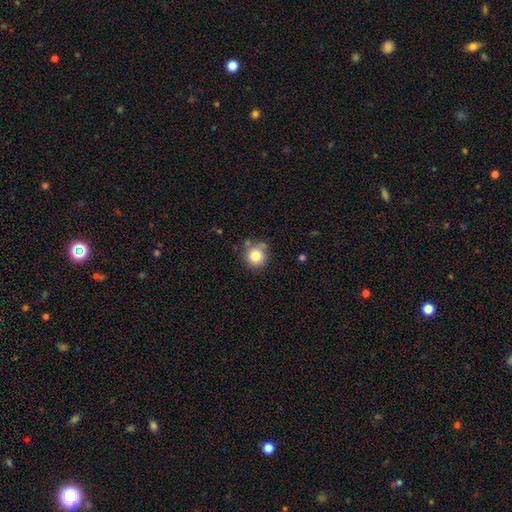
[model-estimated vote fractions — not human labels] smooth 82%, star or artifact 11%, featured or disk 7%. Down the decision tree: how rounded — round (91%); merging — none (73%).